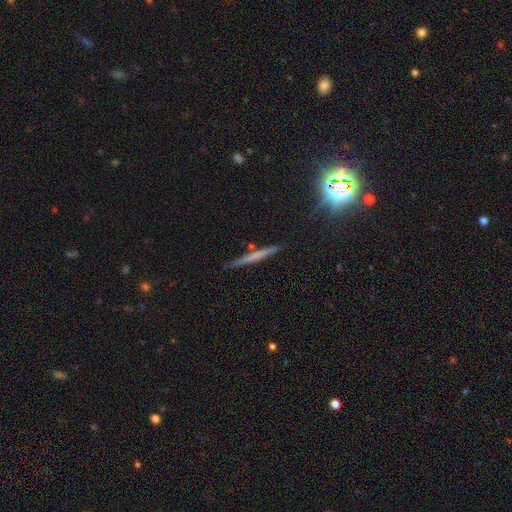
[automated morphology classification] type=smooth (46%); merging=none (86%).